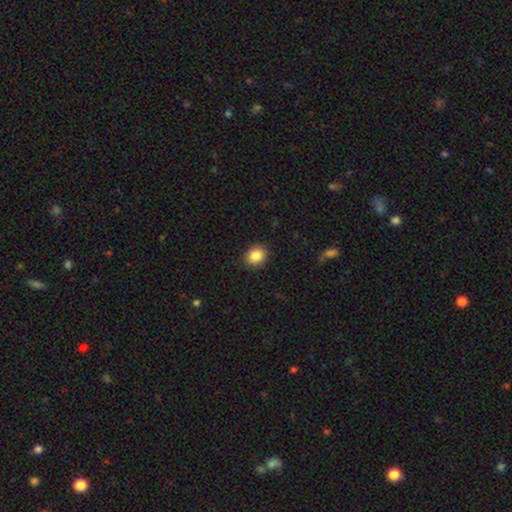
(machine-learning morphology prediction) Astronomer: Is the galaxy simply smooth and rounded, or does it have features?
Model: smooth — 86%.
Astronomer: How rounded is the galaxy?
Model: round — 65%.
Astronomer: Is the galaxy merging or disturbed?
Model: none — 90%.